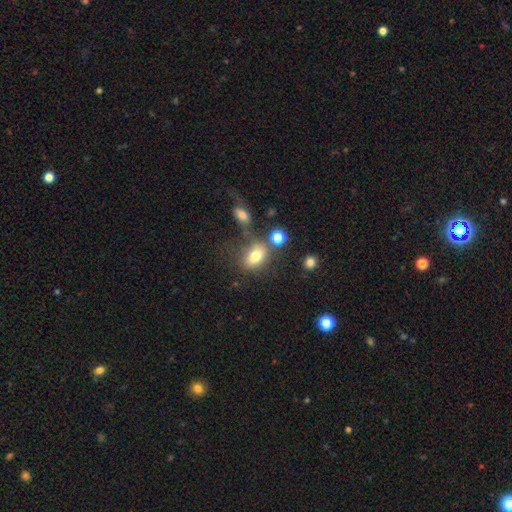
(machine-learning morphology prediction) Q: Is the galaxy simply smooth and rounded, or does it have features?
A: smooth — 76%.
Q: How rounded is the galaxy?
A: in between — 73%.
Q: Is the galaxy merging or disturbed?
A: none — 54%.